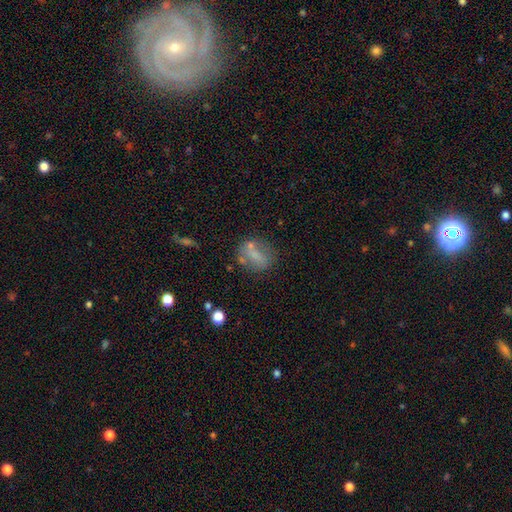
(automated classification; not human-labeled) Q: Smooth or featured?
A: smooth (60%); runner-up: featured or disk (28%)
Q: How rounded?
A: in between (50%); runner-up: round (46%)
Q: Merging?
A: none (54%); runner-up: minor disturbance (19%)